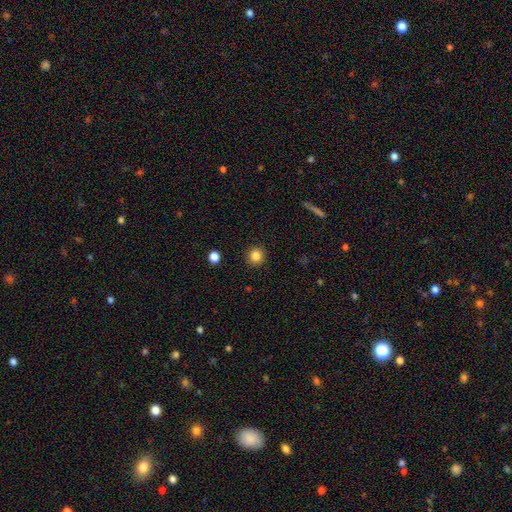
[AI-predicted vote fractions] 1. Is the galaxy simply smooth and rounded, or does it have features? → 85% smooth, 11% star or artifact, 4% featured or disk.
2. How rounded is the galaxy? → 92% round, 7% in between, 1% cigar-shaped.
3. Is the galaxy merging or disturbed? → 92% none, 5% minor disturbance, 2% major disturbance, 1% merger.